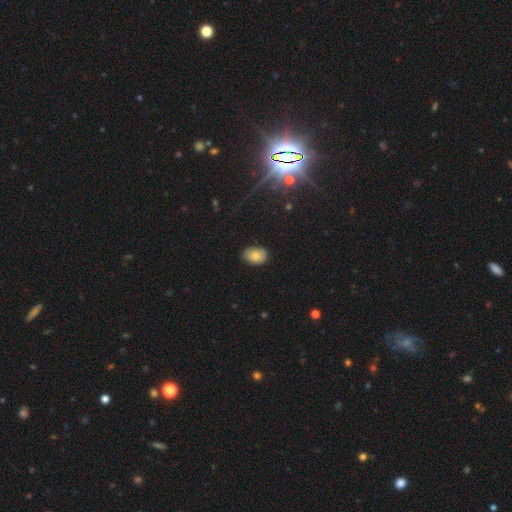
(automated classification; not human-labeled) smooth_or_featured: smooth (p=0.79) [alt: featured or disk p=0.13]
how_rounded: in between (p=0.81) [alt: round p=0.18]
merging: none (p=0.82) [alt: minor disturbance p=0.14]